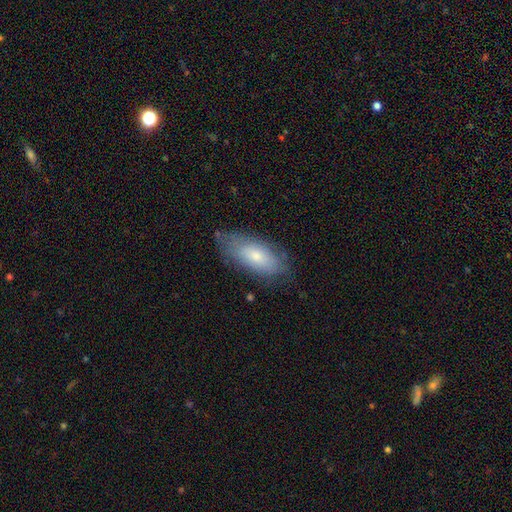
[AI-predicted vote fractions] Overall: smooth (69%). How rounded: in between (83%). Merging: none (74%).